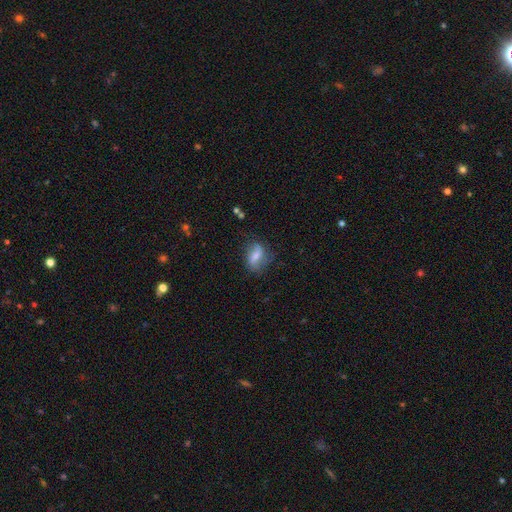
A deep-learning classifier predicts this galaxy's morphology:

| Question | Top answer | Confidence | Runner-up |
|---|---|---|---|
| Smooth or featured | featured or disk | 48% | smooth (42%) |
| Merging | none | 61% | minor disturbance (25%) |